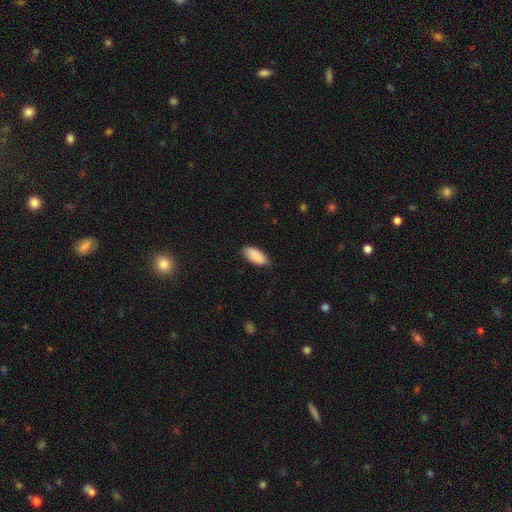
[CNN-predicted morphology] Overall: smooth (90%). How rounded: in between (89%). Merging: none (81%).